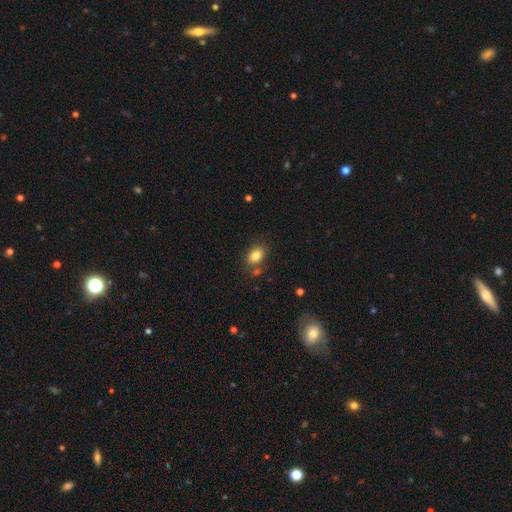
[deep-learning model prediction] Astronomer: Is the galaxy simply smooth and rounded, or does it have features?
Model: smooth — 83%.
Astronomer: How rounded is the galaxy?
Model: in between — 77%.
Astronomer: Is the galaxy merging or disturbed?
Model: none — 72%.